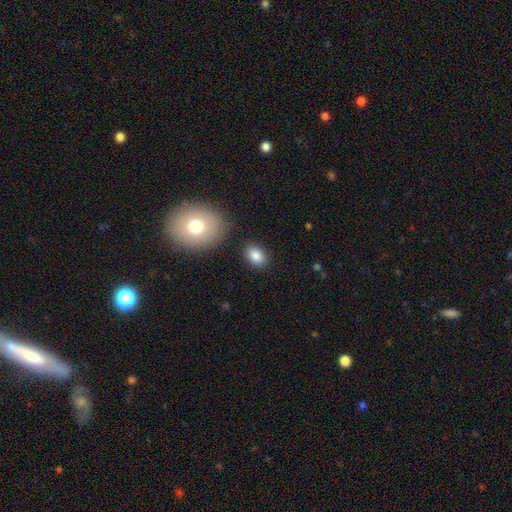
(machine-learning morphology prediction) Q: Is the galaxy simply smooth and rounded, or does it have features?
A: smooth — 86%.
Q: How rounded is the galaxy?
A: in between — 79%.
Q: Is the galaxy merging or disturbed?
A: none — 85%.